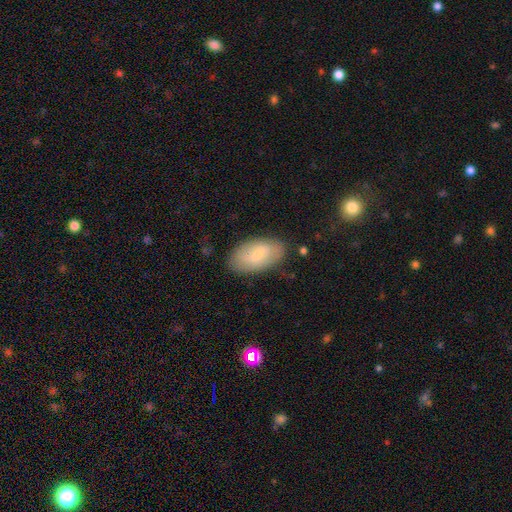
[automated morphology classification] The model was most divided on "smooth or featured": smooth: 63%, featured or disk: 31%, star or artifact: 7%. More confident: how rounded — in between (94%); merging — none (81%).